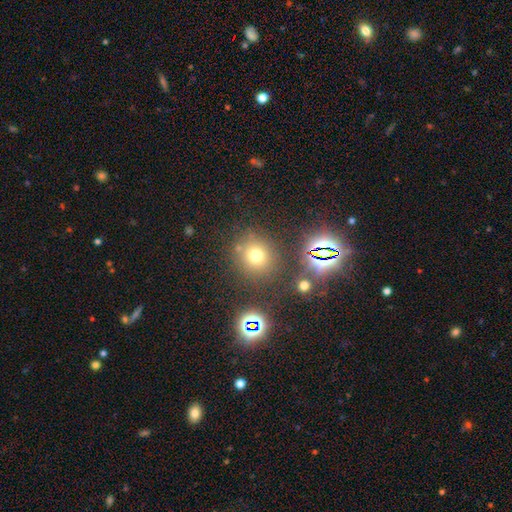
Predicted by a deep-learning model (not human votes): A smooth galaxy with no disk features (67%) that is round (85%).

Vote fractions:
- Smooth or featured? smooth: 67% / star or artifact: 24% / featured or disk: 9%
- How rounded? round: 85% / in between: 14% / cigar-shaped: 1%
- Merging? none: 78% / minor disturbance: 10% / merger: 7% / major disturbance: 5%